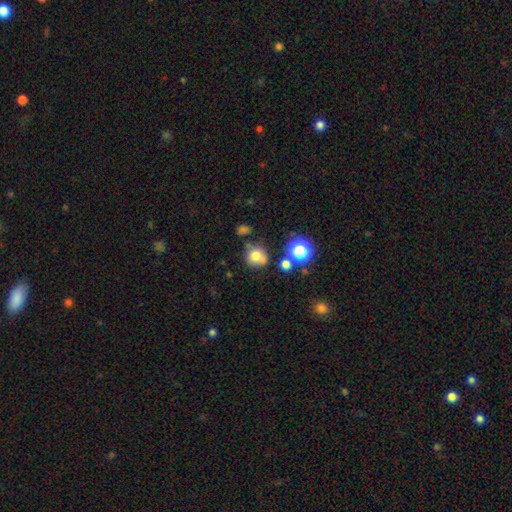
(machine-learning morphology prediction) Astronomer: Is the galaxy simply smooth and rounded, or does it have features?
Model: smooth — 73%.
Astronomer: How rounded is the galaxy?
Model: round — 80%.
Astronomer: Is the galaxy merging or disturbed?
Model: none — 61%.